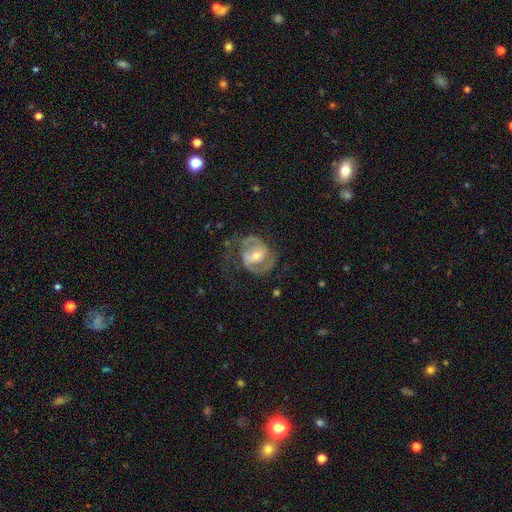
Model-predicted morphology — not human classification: Smooth or featured?
  - featured or disk: 85% *
  - smooth: 10%
  - star or artifact: 5%
Edge-on disk?
  - no: 97% *
  - yes: 3%
Bar?
  - weak: 45% *
  - no: 29%
  - strong: 26%
Spiral arms?
  - yes: 93% *
  - no: 7%
Spiral winding?
  - medium: 50% *
  - tight: 32%
  - loose: 18%
Spiral arm count?
  - 2: 83% *
  - can't tell: 7%
  - 1: 4%
  - 3: 3%
  - 4: 1%
  - more than 4: 1%
Bulge size?
  - moderate: 51% *
  - small: 44%
  - large: 3%
  - none: 1%
  - dominant: 1%
Merging?
  - none: 59% *
  - major disturbance: 21%
  - minor disturbance: 18%
  - merger: 2%